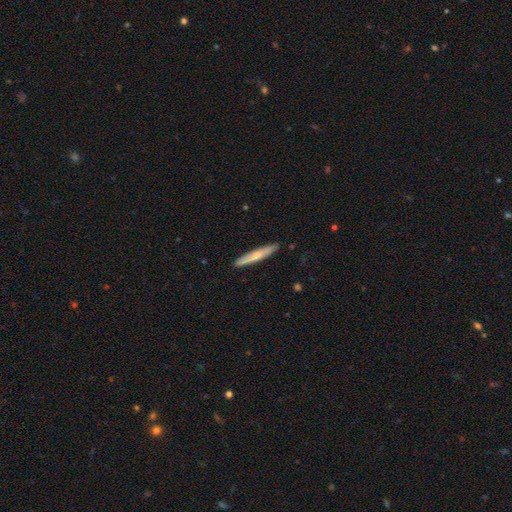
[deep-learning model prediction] smooth_or_featured: smooth (p=0.61) [alt: featured or disk p=0.33]
how_rounded: cigar-shaped (p=0.95) [alt: in between p=0.04]
merging: none (p=0.90) [alt: minor disturbance p=0.07]